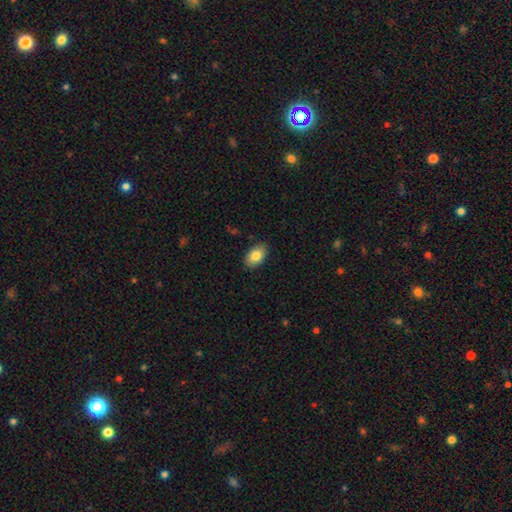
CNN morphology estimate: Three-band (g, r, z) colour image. It shows a smooth galaxy with no disk features (83%) that is in between round and cigar-shaped (90%). Merging: none (87%).